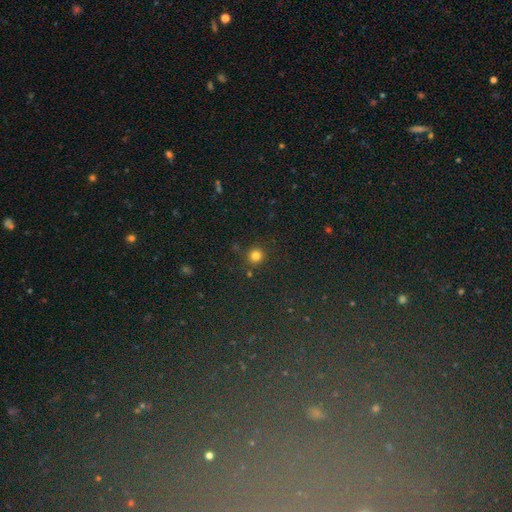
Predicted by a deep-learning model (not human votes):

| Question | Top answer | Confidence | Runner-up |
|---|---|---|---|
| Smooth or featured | smooth | 80% | star or artifact (15%) |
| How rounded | round | 93% | in between (6%) |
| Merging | none | 86% | minor disturbance (8%) |